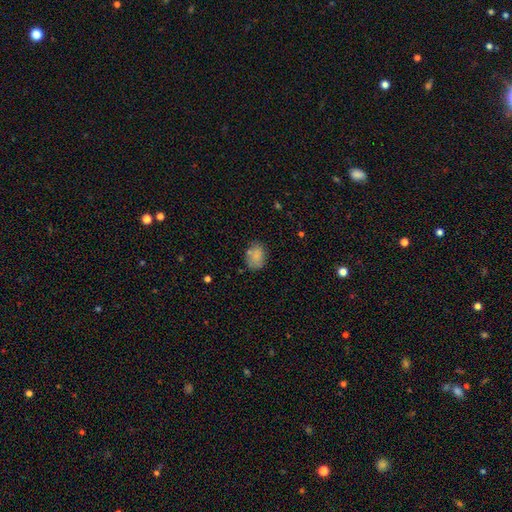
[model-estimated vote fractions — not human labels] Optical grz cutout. It shows a smooth galaxy with no disk features (81%) that is in between round and cigar-shaped (72%). Merging: none (69%).